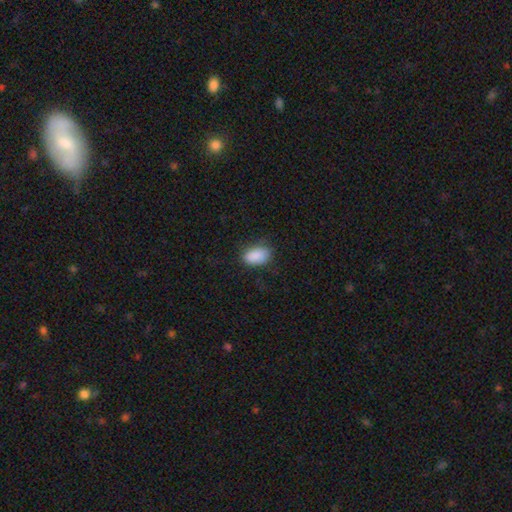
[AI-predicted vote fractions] Smooth or featured? smooth (88%)
How rounded? in between (92%)
Merging? none (71%)